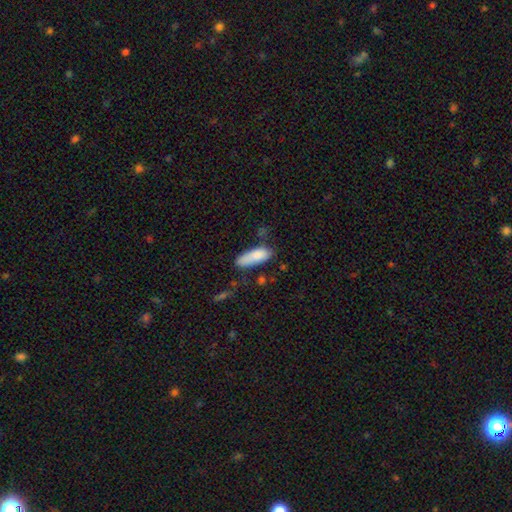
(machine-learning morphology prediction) Smooth or featured?
  - smooth: 84% *
  - featured or disk: 10%
  - star or artifact: 7%
How rounded?
  - in between: 69% *
  - cigar-shaped: 29%
  - round: 2%
Merging?
  - none: 56% *
  - minor disturbance: 29%
  - major disturbance: 8%
  - merger: 7%